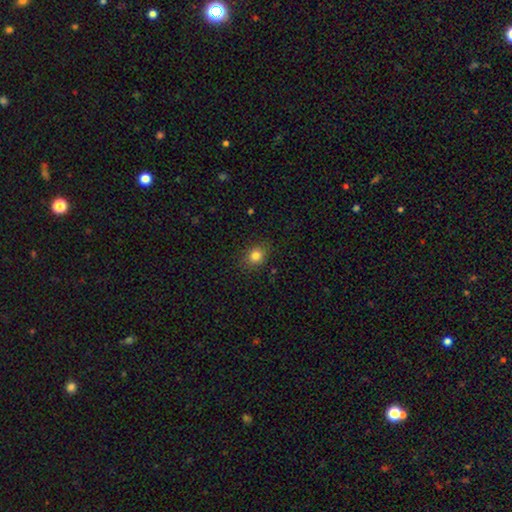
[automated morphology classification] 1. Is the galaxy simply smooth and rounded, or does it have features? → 82% smooth, 12% star or artifact, 7% featured or disk.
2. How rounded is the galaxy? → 61% round, 38% in between, 1% cigar-shaped.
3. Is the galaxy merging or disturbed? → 86% none, 10% minor disturbance, 3% major disturbance, 1% merger.